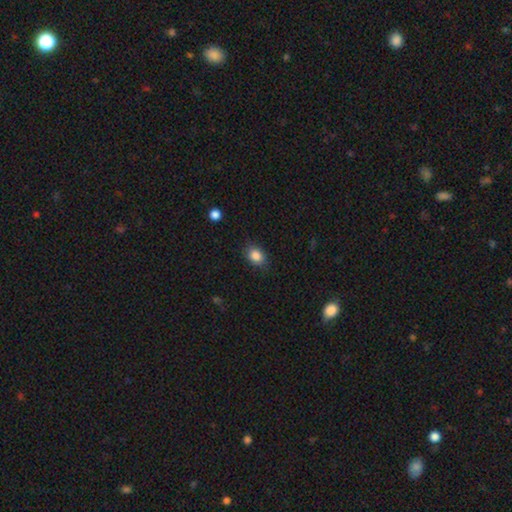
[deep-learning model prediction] Smooth or featured: smooth — 86% (star or artifact — 9%)
How rounded: in between — 70% (round — 28%)
Merging: none — 80% (minor disturbance — 15%)